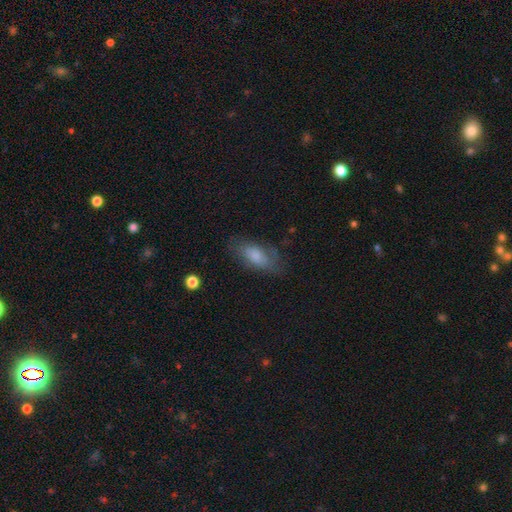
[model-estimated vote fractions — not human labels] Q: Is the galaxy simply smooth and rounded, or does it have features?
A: smooth — 65%.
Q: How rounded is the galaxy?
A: in between — 87%.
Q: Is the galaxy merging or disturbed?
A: none — 63%.